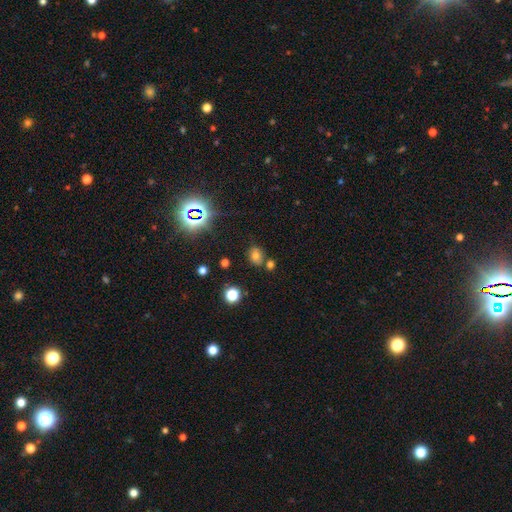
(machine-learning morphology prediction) Smooth or featured? Predicted: smooth (p=0.63). How rounded? Predicted: round (p=0.50). Merging? Predicted: none (p=0.72).